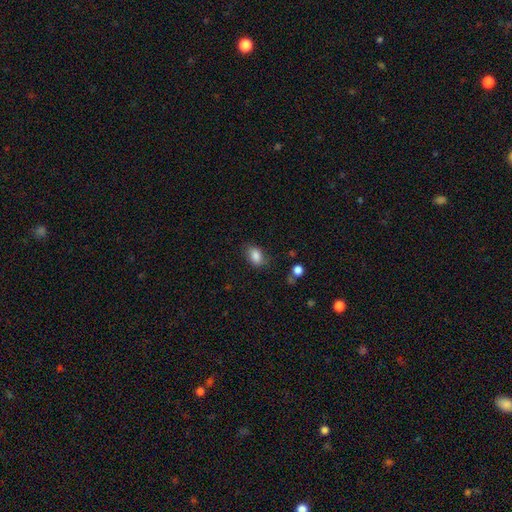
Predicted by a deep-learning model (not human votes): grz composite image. It shows a smooth galaxy with no disk features (84%) that is in between round and cigar-shaped (82%). Merging: none (71%).